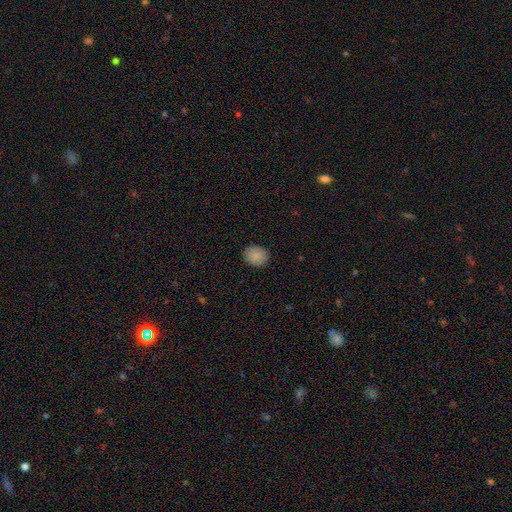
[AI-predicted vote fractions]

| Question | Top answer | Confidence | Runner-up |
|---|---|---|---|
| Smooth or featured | smooth | 87% | star or artifact (9%) |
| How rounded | round | 58% | in between (41%) |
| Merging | none | 88% | minor disturbance (9%) |